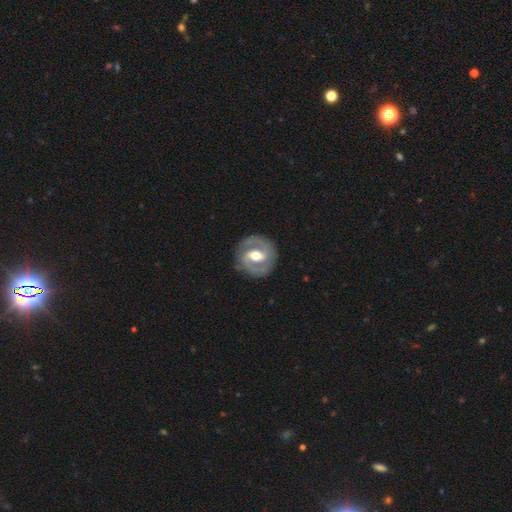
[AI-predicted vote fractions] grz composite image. It shows a featured or disk galaxy (82%) with a weak bar (44%), 2 (89%) medium (44%, tied with tight) spiral arms (85%) and a moderate central bulge (74%). Merging: none (86%).